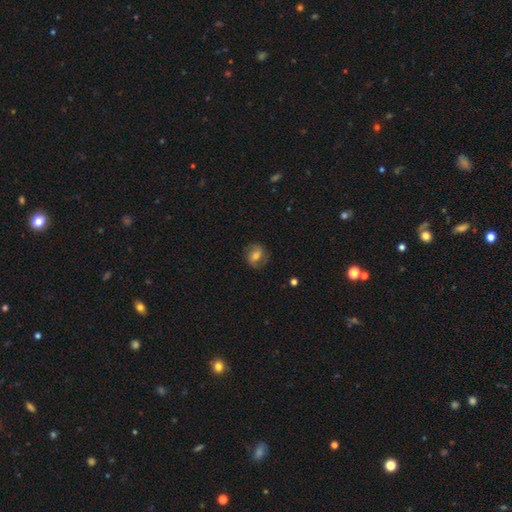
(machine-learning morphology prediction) type=smooth (48%); merging=none (76%).